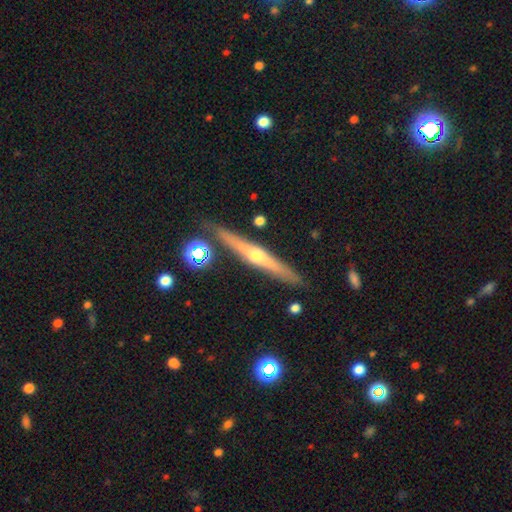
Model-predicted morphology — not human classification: Smooth or featured? featured or disk (73%)
Edge-on disk? yes (97%)
Edge-on bulge? rounded (89%)
Merging? none (87%)